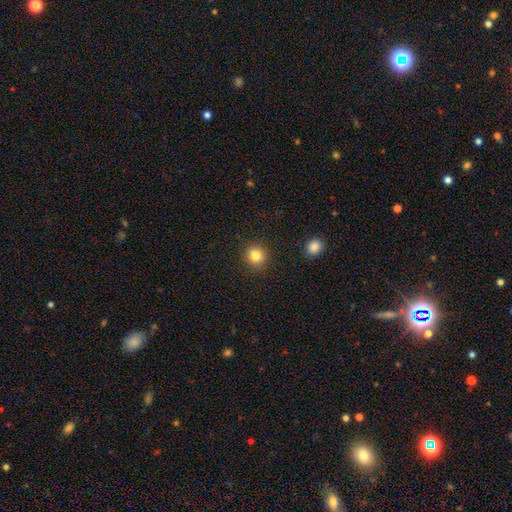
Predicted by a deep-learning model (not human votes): smooth_or_featured: smooth (p=0.83) [alt: star or artifact p=0.11]
how_rounded: round (p=0.91) [alt: in between p=0.08]
merging: none (p=0.91) [alt: minor disturbance p=0.06]